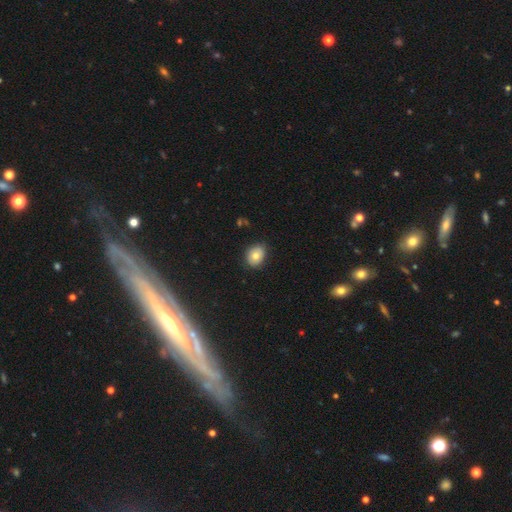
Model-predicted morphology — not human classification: smooth 74%, featured or disk 16%, star or artifact 10%. Down the decision tree: how rounded — round (54%); merging — none (81%).